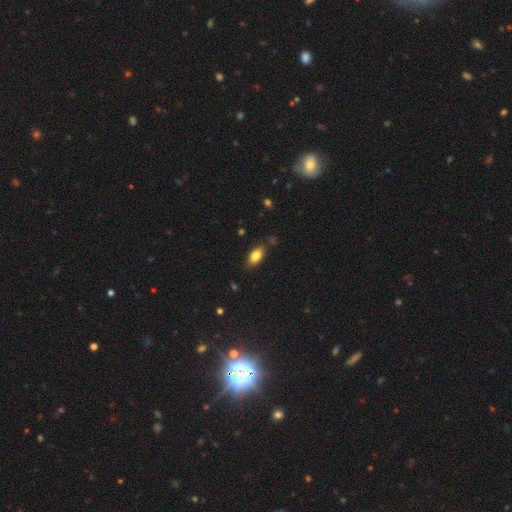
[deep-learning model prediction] A smooth galaxy with no disk features (83%) that is in between round and cigar-shaped (90%). Merging: none (82%).